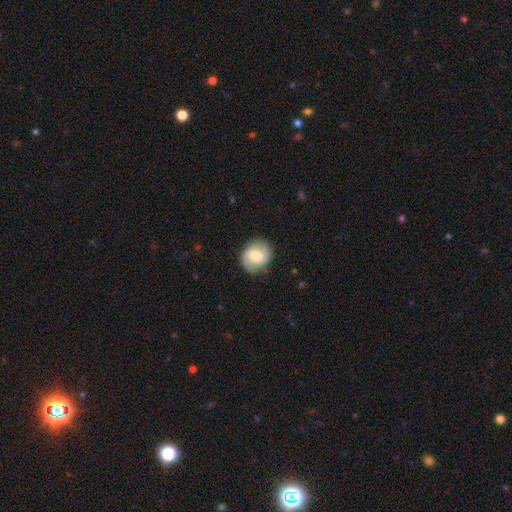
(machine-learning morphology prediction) Smooth or featured: smooth — 57% (featured or disk — 36%)
How rounded: round — 73% (in between — 27%)
Merging: none — 84% (minor disturbance — 11%)